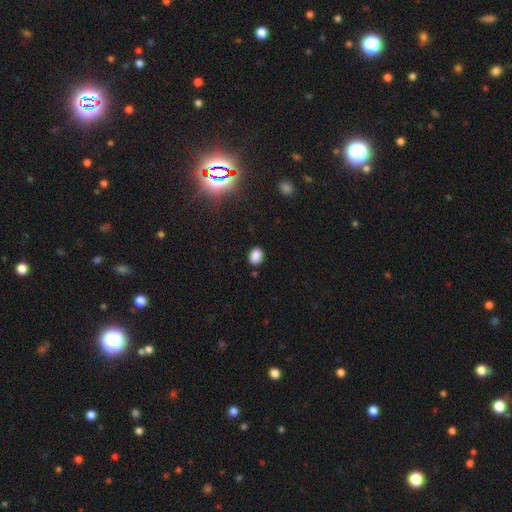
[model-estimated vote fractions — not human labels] Morphology: type=smooth (84%); roundness=in between (63%); merging=none (85%).